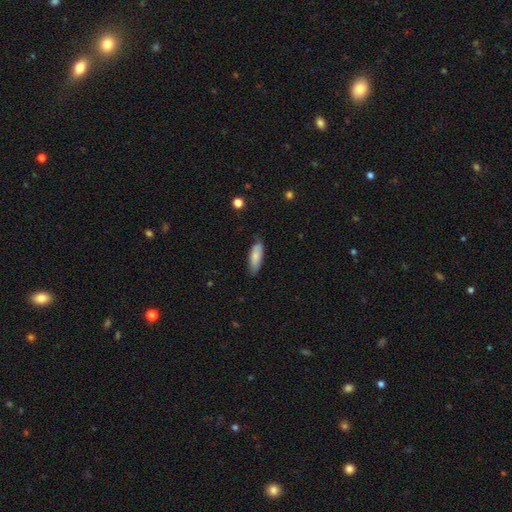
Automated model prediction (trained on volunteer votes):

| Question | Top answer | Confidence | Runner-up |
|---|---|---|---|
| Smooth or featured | smooth | 80% | featured or disk (14%) |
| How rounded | in between | 61% | cigar-shaped (38%) |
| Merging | none | 77% | minor disturbance (18%) |